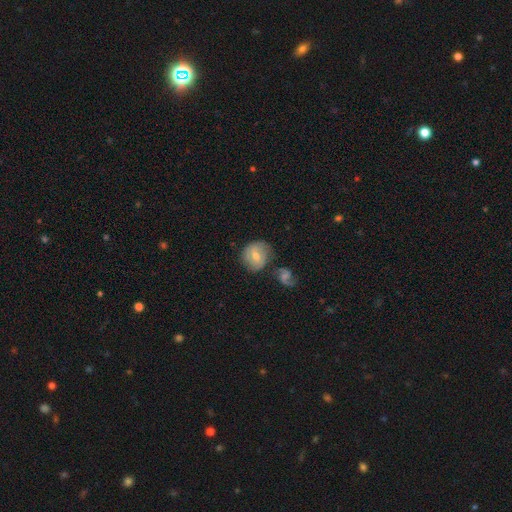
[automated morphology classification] featured or disk 51%, smooth 42%, star or artifact 7%. Down the decision tree: edge-on disk — no (96%); merging — none (63%).